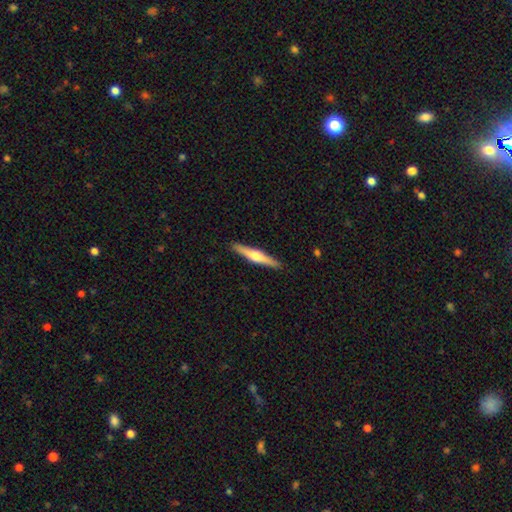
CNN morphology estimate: Smooth or featured: featured or disk — 61% (smooth — 34%)
Edge-on disk: yes — 97% (no — 3%)
Edge-on bulge: rounded — 91% (boxy — 5%)
Merging: none — 91% (minor disturbance — 7%)